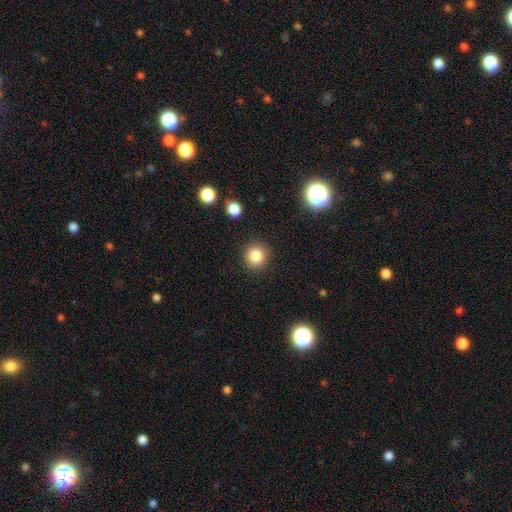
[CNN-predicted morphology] Smooth or featured? smooth (84%)
How rounded? round (91%)
Merging? none (90%)